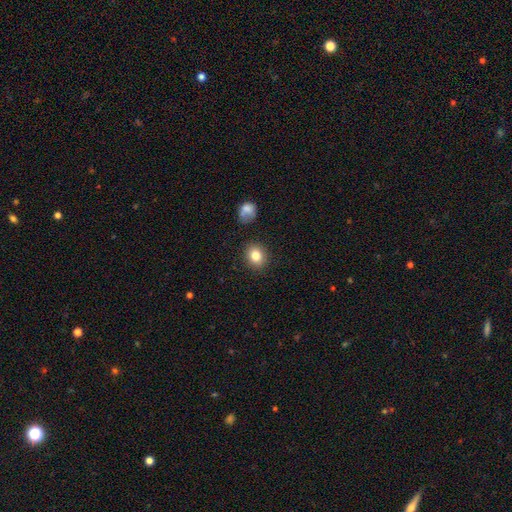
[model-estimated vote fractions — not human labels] smooth_or_featured: smooth (p=0.82) [alt: star or artifact p=0.10]
how_rounded: round (p=0.66) [alt: in between p=0.33]
merging: none (p=0.87) [alt: minor disturbance p=0.08]